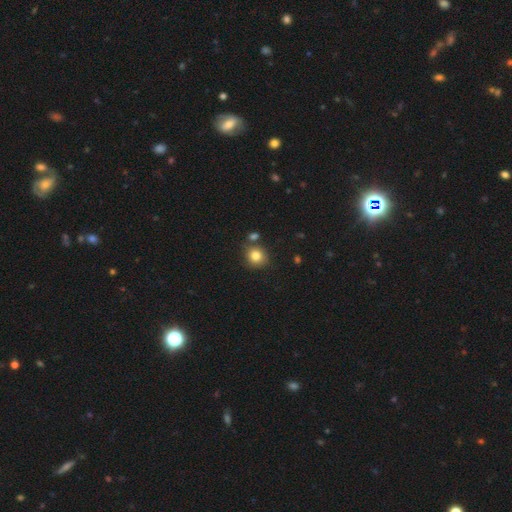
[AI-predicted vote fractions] smooth-or-featured: smooth: 82% | star or artifact: 11% | featured or disk: 7%
  how-rounded: round: 83% | in between: 16% | cigar-shaped: 1%
  merging: none: 73% | minor disturbance: 12% | merger: 11% | major disturbance: 3%